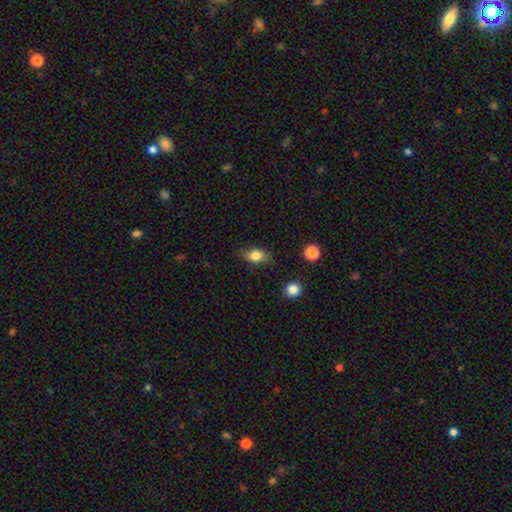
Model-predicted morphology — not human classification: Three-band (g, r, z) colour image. It shows a smooth galaxy with no disk features (80%) that is in between round and cigar-shaped (81%). Merging: none (79%).